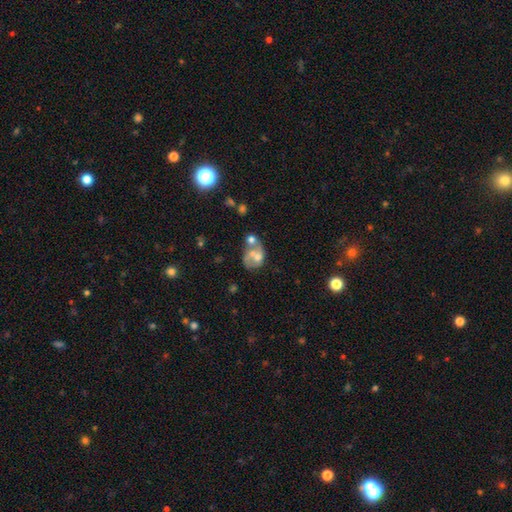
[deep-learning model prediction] This appears to be a featured or disk galaxy (48%). Merging: merger (55%).